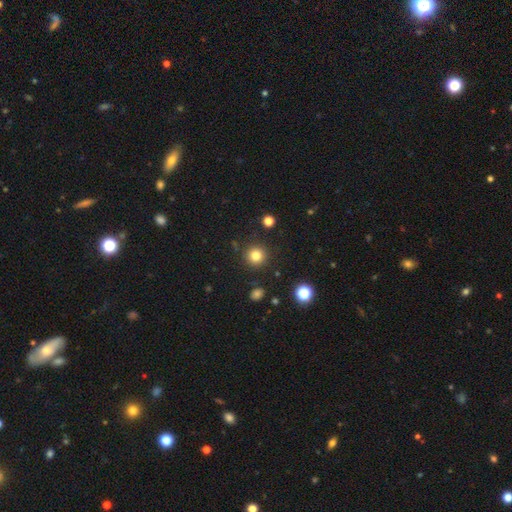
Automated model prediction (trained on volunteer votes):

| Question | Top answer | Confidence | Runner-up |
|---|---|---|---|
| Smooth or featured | smooth | 81% | star or artifact (13%) |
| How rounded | round | 94% | in between (5%) |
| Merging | none | 89% | minor disturbance (6%) |